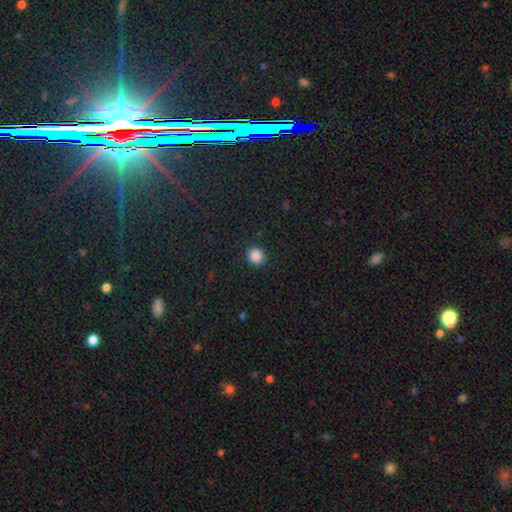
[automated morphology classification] This appears to be a smooth galaxy with no disk features (87%) that is round (84%). Merging: none (89%).